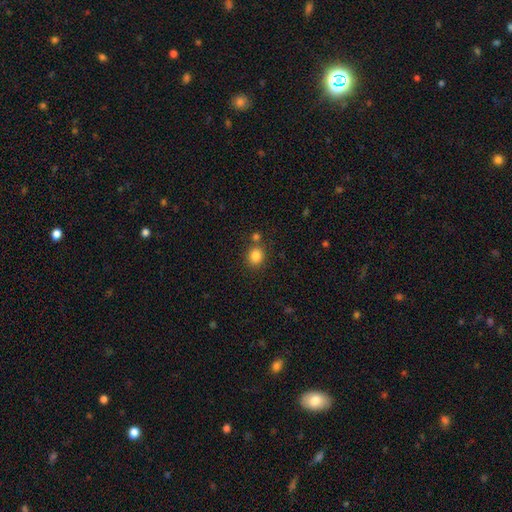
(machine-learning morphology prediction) Smooth or featured?
  - smooth: 84% *
  - star or artifact: 11%
  - featured or disk: 5%
How rounded?
  - round: 68% *
  - in between: 31%
  - cigar-shaped: 1%
Merging?
  - none: 73% *
  - merger: 13%
  - minor disturbance: 10%
  - major disturbance: 4%